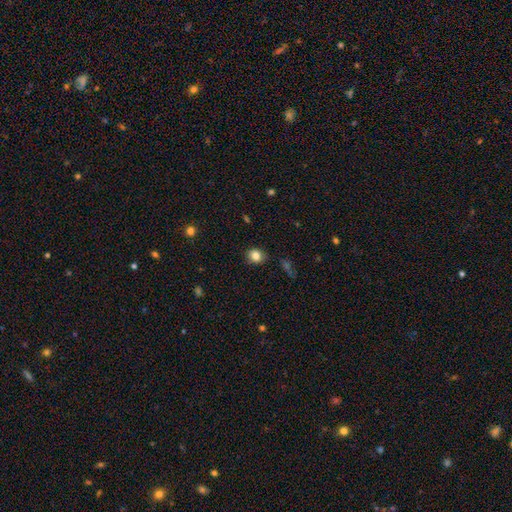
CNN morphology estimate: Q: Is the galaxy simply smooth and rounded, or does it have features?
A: smooth — 82%.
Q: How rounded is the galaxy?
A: round — 65%.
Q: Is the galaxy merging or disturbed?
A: none — 83%.